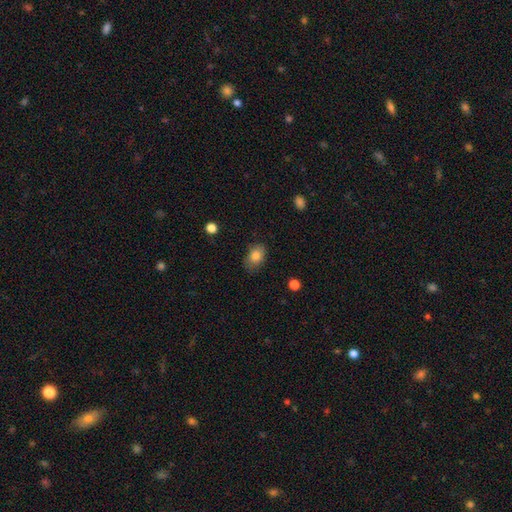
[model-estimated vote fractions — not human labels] smooth 82%, featured or disk 9%, star or artifact 9%. Down the decision tree: how rounded — in between (80%); merging — none (75%).